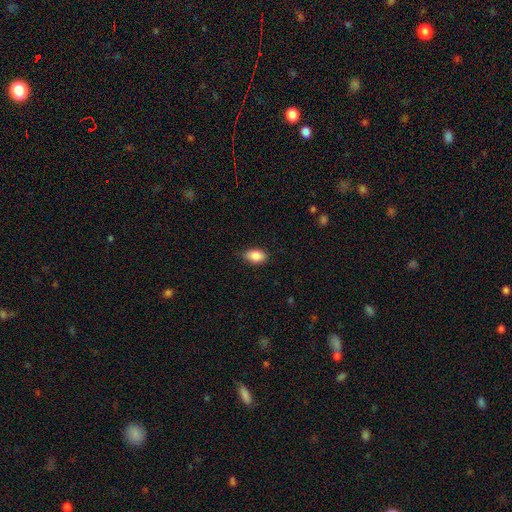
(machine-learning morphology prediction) smooth-or-featured: smooth: 87% | star or artifact: 7% | featured or disk: 5%
  how-rounded: in between: 90% | round: 8% | cigar-shaped: 2%
  merging: none: 80% | minor disturbance: 17% | major disturbance: 3% | merger: 1%